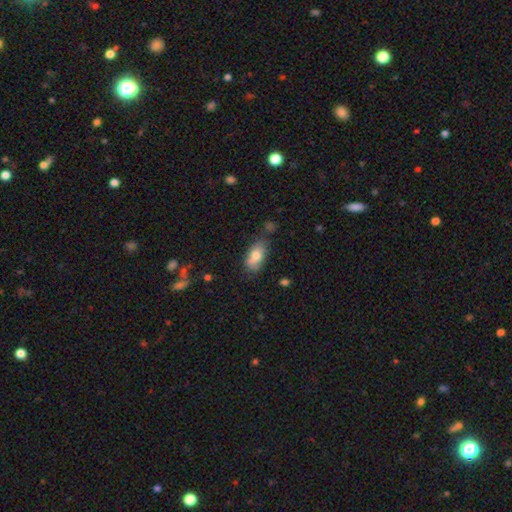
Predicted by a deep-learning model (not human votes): Overall: smooth (75%). How rounded: in between (89%). Merging: none (53%; minor disturbance 30%).